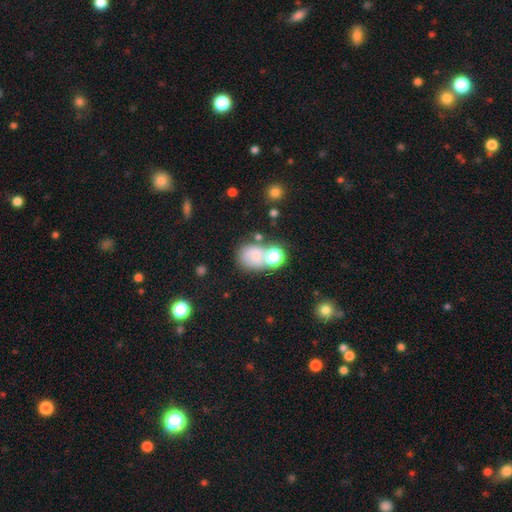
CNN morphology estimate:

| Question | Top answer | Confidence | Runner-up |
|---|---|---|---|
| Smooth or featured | smooth | 58% | featured or disk (24%) |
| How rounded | round | 64% | in between (35%) |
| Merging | none | 44% | merger (30%) |